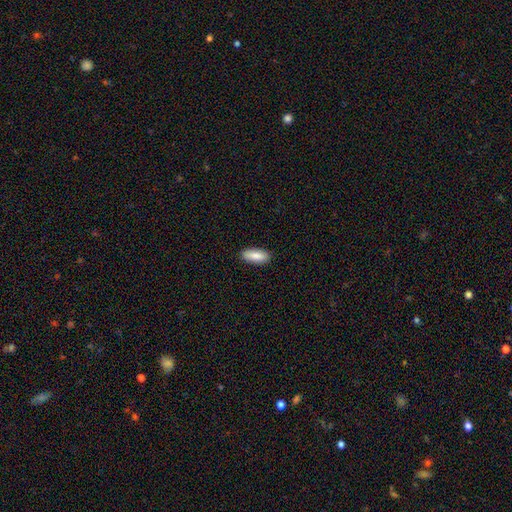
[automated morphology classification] This is clearly a smooth galaxy (87%). How rounded: likely in between (77%). Merging: clearly none (89%).